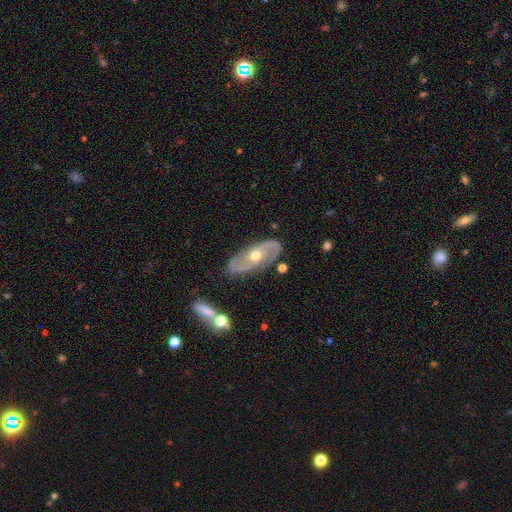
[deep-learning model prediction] Smooth or featured: featured or disk — 82% (smooth — 13%)
Edge-on disk: no — 89% (yes — 11%)
Bar: no — 68% (weak — 24%)
Spiral arms: yes — 85% (no — 15%)
Spiral winding: medium — 45% (loose — 29%)
Spiral arm count: 2 — 86% (can't tell — 8%)
Bulge size: moderate — 74% (small — 20%)
Merging: none — 81% (minor disturbance — 13%)